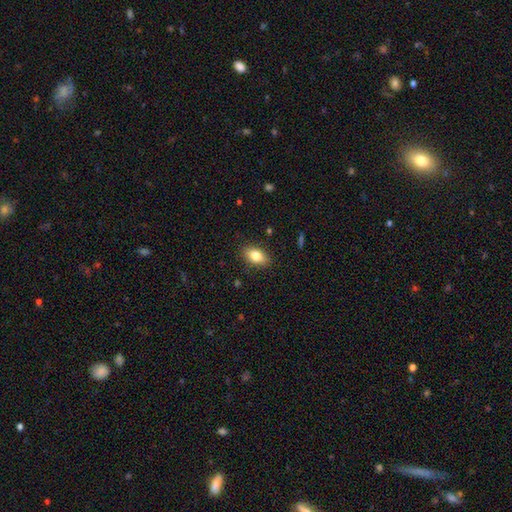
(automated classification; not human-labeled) Smooth or featured?
  - smooth: 80% *
  - featured or disk: 12%
  - star or artifact: 8%
How rounded?
  - in between: 88% *
  - round: 8%
  - cigar-shaped: 4%
Merging?
  - none: 87% *
  - minor disturbance: 10%
  - major disturbance: 2%
  - merger: 1%